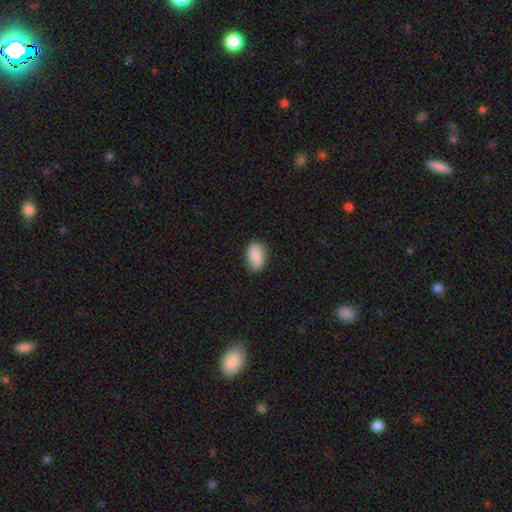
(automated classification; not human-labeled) Smooth or featured? smooth (81%)
How rounded? in between (90%)
Merging? none (79%)